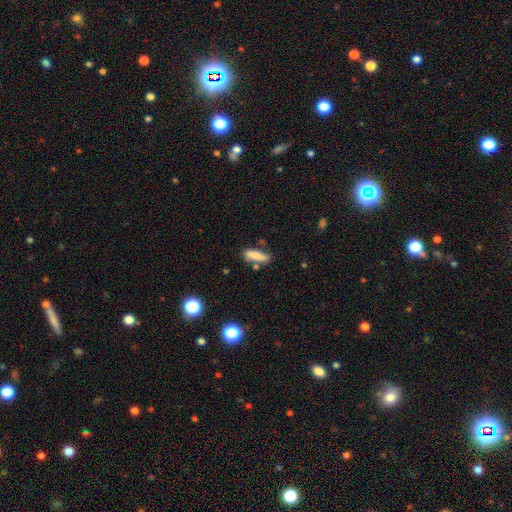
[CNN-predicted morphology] Smooth or featured? Predicted: smooth (p=0.74). How rounded? Predicted: cigar-shaped (p=0.54). Merging? Predicted: none (p=0.69).